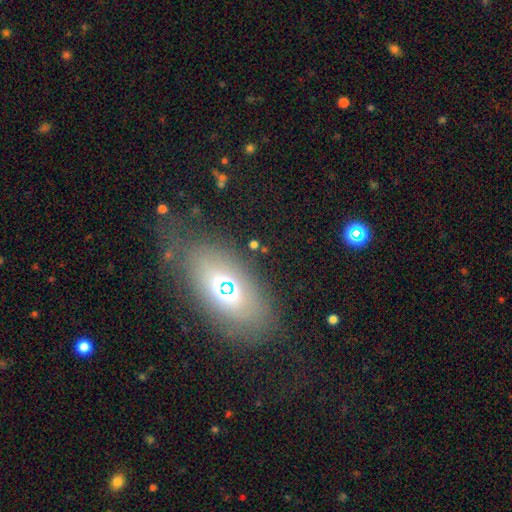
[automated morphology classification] A smooth galaxy with no disk features (49%). Merging: none (63%).